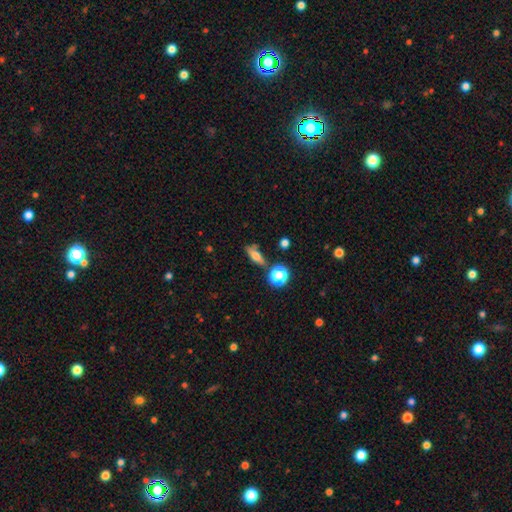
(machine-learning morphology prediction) The model was most divided on "how rounded": in between: 51%, cigar-shaped: 36%, round: 14%. More confident: merging — none (69%); smooth or featured — smooth (62%).